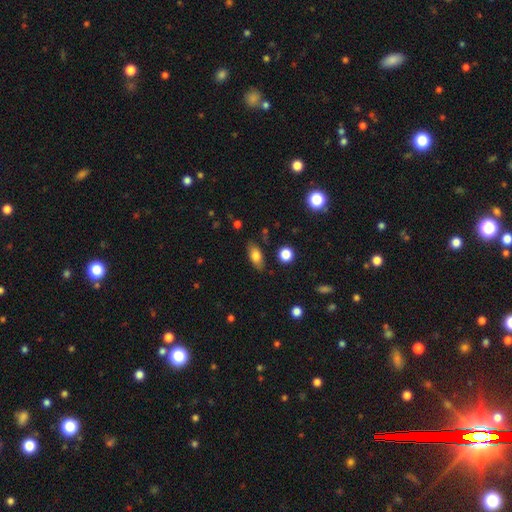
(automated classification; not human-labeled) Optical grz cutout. It shows a smooth galaxy with no disk features (75%) that is in between round and cigar-shaped (81%). Merging: none (81%).